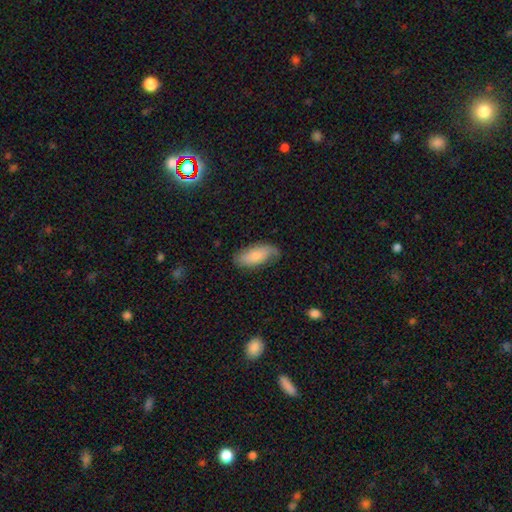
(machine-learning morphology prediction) Smooth or featured? Predicted: smooth (p=0.71). How rounded? Predicted: in between (p=0.88). Merging? Predicted: none (p=0.67).